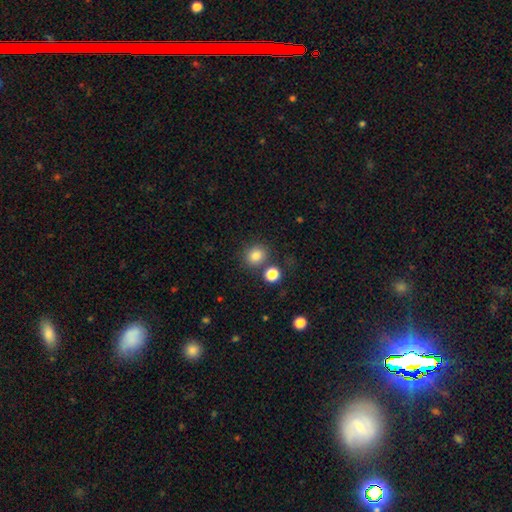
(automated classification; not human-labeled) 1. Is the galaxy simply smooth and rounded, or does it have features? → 83% smooth, 12% star or artifact, 5% featured or disk.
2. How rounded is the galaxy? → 81% round, 18% in between, 1% cigar-shaped.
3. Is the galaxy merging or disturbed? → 77% none, 10% merger, 9% minor disturbance, 4% major disturbance.